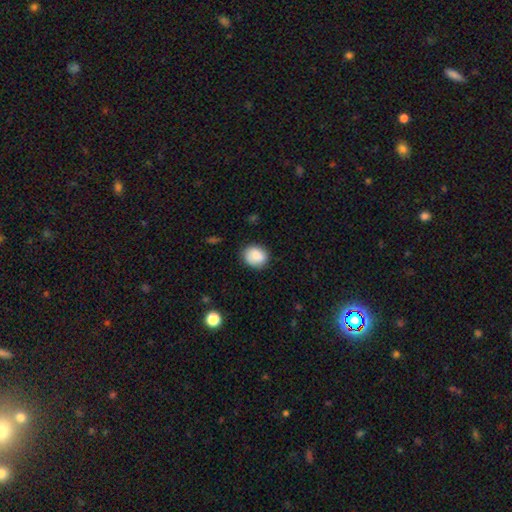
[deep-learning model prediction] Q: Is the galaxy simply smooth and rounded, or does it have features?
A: smooth — 84%.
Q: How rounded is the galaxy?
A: round — 64%.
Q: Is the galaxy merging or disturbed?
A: none — 80%.